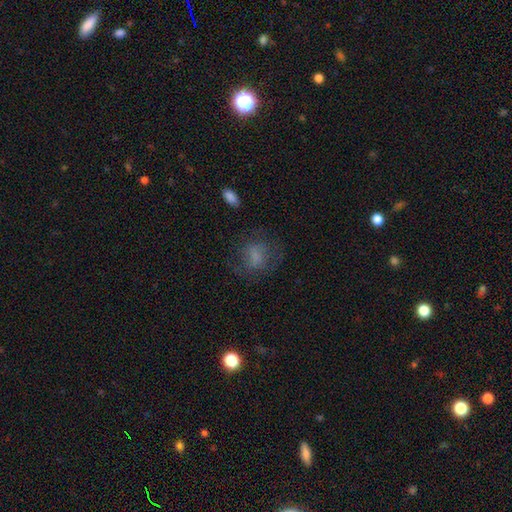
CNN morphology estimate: The model was most divided on "how rounded": round: 61%, in between: 38%, cigar-shaped: 2%. More confident: smooth or featured — smooth (62%); merging — none (61%).